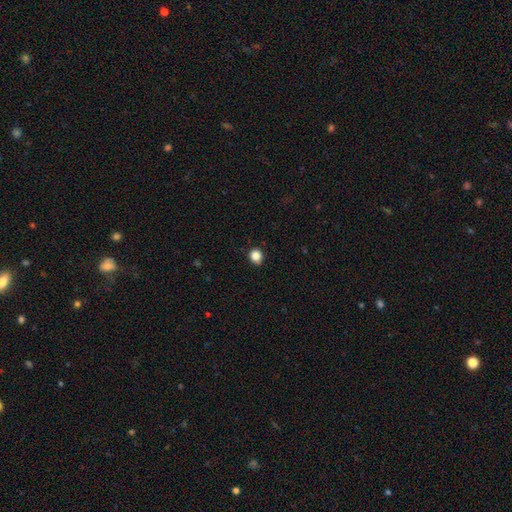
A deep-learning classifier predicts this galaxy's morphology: A smooth galaxy with no disk features (85%) that is round (81%). Merging: none (89%).